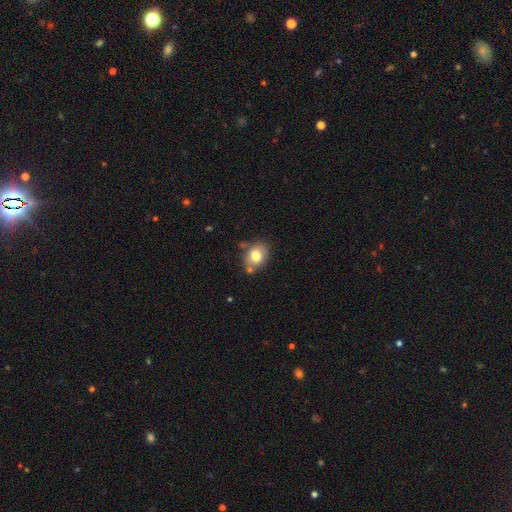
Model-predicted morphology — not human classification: A smooth galaxy with no disk features (76%) that is in between round and cigar-shaped (62%).

Vote fractions:
- Smooth or featured? smooth: 76% / featured or disk: 14% / star or artifact: 9%
- How rounded? in between: 62% / round: 37% / cigar-shaped: 1%
- Merging? none: 68% / minor disturbance: 17% / merger: 10% / major disturbance: 4%